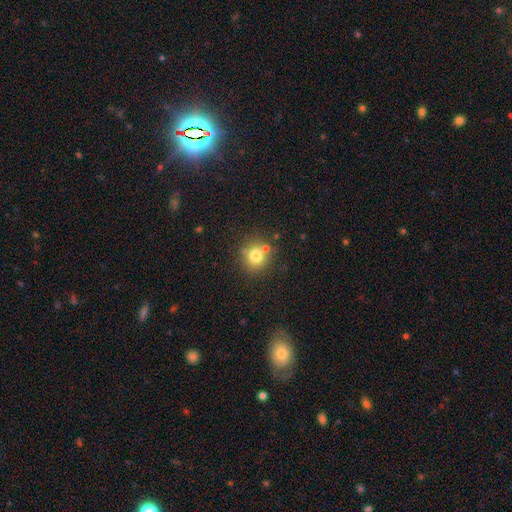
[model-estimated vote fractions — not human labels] Smooth or featured: smooth — 77% (star or artifact — 13%)
How rounded: round — 89% (in between — 10%)
Merging: none — 74% (merger — 12%)